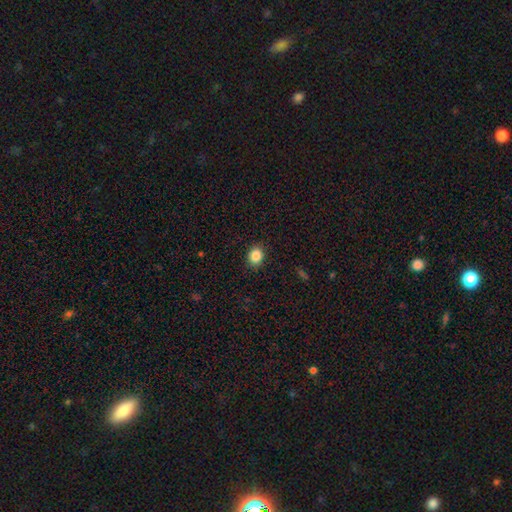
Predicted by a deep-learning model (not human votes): A smooth galaxy with no disk features (86%) that is round (58%).

Vote fractions:
- Smooth or featured? smooth: 86% / star or artifact: 10% / featured or disk: 4%
- How rounded? round: 58% / in between: 41% / cigar-shaped: 1%
- Merging? none: 89% / minor disturbance: 8% / major disturbance: 2% / merger: 1%